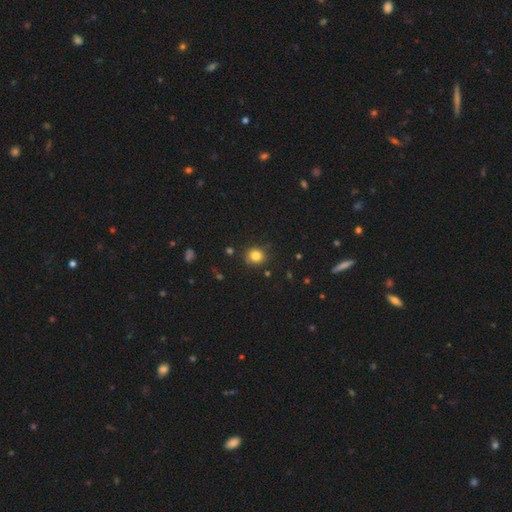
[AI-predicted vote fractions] This appears to be a smooth galaxy with no disk features (82%) that is round (82%). Merging: none (80%).